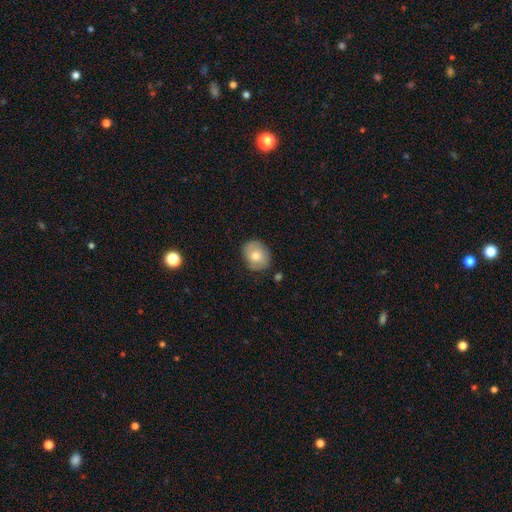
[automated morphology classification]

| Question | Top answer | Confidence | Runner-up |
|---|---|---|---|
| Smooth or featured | smooth | 72% | featured or disk (20%) |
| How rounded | round | 53% | in between (46%) |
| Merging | none | 81% | minor disturbance (15%) |